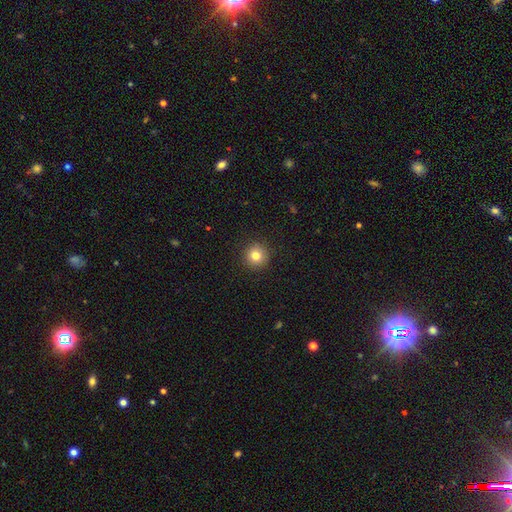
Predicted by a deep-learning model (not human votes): smooth-or-featured: smooth: 81% | star or artifact: 11% | featured or disk: 8%
  how-rounded: round: 95% | in between: 4% | cigar-shaped: 1%
  merging: none: 92% | minor disturbance: 5% | major disturbance: 2% | merger: 1%